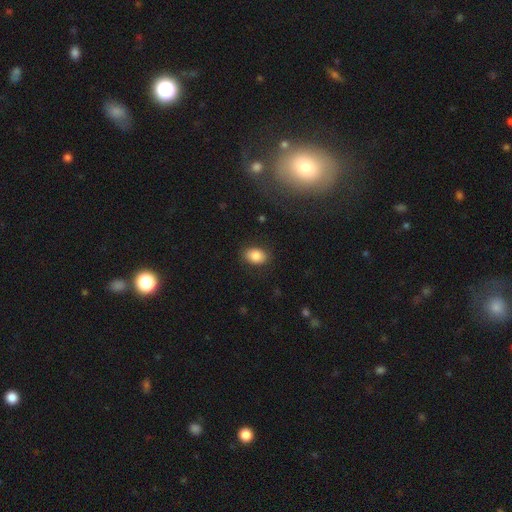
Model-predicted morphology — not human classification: Overall: smooth (85%). How rounded: in between (78%). Merging: none (85%).